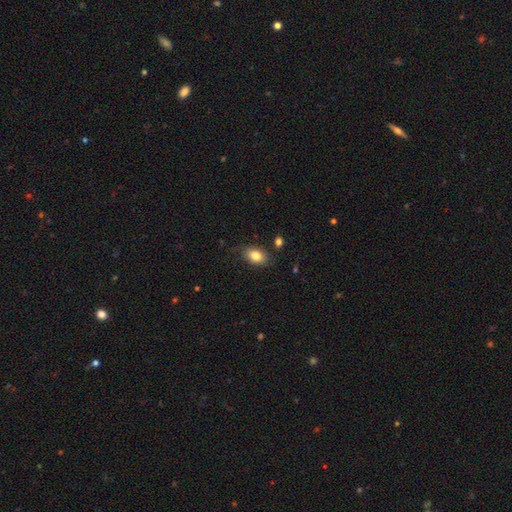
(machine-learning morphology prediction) Q: Smooth or featured?
A: smooth (82%); runner-up: featured or disk (9%)
Q: How rounded?
A: in between (85%); runner-up: round (13%)
Q: Merging?
A: none (78%); runner-up: minor disturbance (16%)